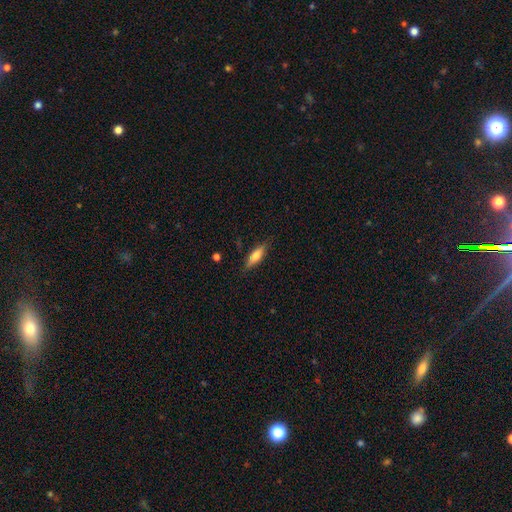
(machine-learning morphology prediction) smooth_or_featured: smooth (p=0.67) [alt: featured or disk p=0.26]
how_rounded: cigar-shaped (p=0.51) [alt: in between p=0.47]
merging: none (p=0.83) [alt: minor disturbance p=0.13]